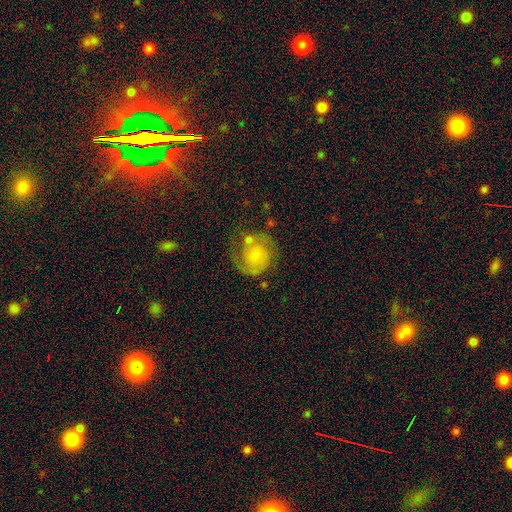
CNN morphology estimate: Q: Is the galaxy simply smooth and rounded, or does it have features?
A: featured or disk — 62%.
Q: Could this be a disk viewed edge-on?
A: no — 98%.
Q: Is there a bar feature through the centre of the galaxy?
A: no — 71%.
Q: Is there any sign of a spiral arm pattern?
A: yes — 88%.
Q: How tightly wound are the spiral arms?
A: tight — 43%.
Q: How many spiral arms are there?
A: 2 — 62%.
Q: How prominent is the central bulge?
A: small — 50%.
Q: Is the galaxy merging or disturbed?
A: none — 54%.